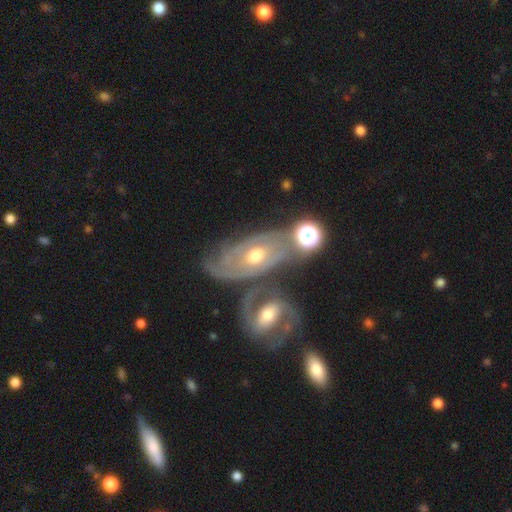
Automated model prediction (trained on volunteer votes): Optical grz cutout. It shows a featured or disk galaxy (77%) with no bar (66%), 2 (47%) tight (54%) spiral arms (84%) and a moderate central bulge (71%). Merging: none (43%).